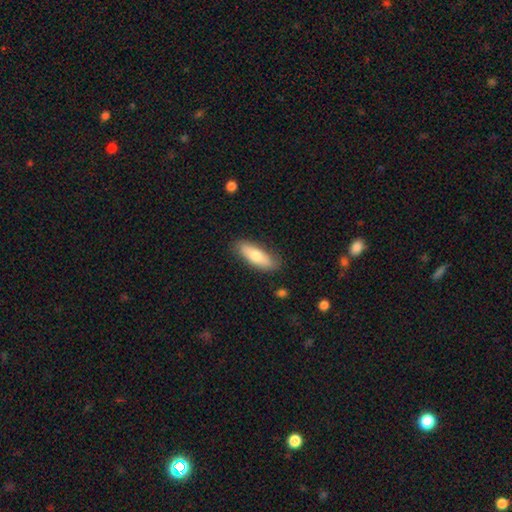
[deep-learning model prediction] Overall: smooth (74%). How rounded: in between (60%; cigar-shaped 38%). Merging: none (83%).